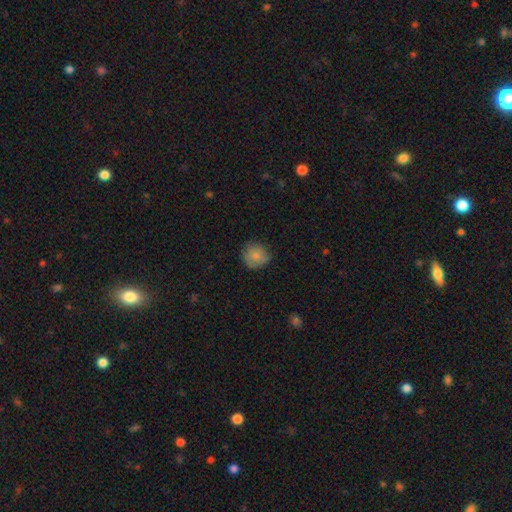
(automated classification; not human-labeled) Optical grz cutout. It shows a smooth galaxy with no disk features (81%) that is round (90%). Merging: none (80%).